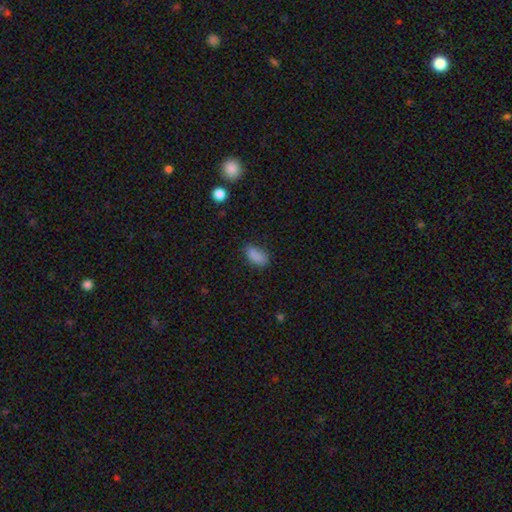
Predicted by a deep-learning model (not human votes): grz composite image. It shows a smooth galaxy with no disk features (85%) that is in between round and cigar-shaped (91%). Merging: none (69%).